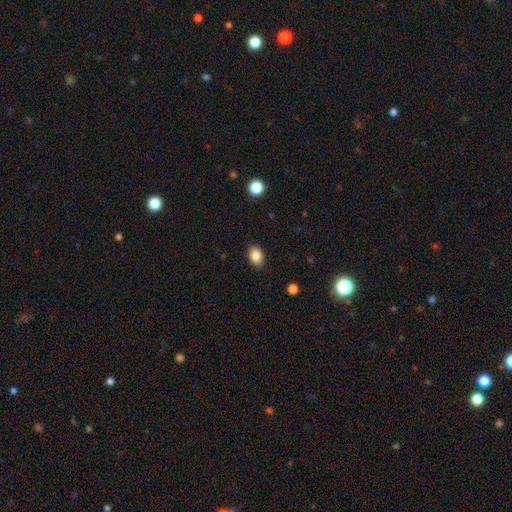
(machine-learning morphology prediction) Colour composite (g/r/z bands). It shows a smooth galaxy with no disk features (85%) that is in between round and cigar-shaped (78%). Merging: none (87%).